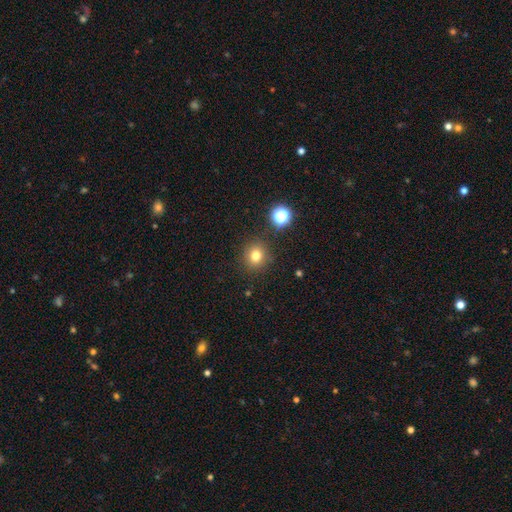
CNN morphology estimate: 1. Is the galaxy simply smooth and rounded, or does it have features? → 76% smooth, 16% star or artifact, 7% featured or disk.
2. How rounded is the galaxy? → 87% round, 12% in between, 1% cigar-shaped.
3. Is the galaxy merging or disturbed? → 87% none, 7% minor disturbance, 3% major disturbance, 3% merger.